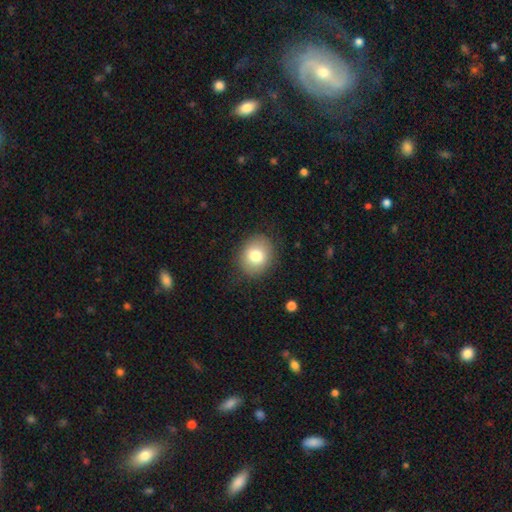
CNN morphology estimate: smooth-or-featured: smooth: 79% | featured or disk: 12% | star or artifact: 9%
  how-rounded: round: 62% | in between: 37% | cigar-shaped: 1%
  merging: none: 85% | minor disturbance: 10% | major disturbance: 3% | merger: 1%